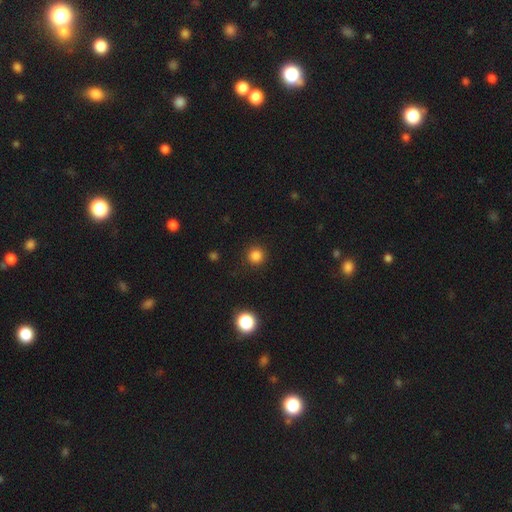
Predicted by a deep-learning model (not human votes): This is clearly a smooth galaxy (84%). How rounded: clearly round (95%). Merging: clearly none (91%).